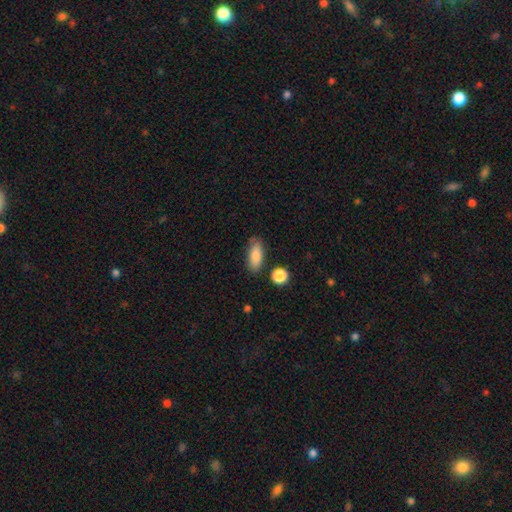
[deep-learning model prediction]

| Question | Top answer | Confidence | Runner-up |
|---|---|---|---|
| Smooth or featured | smooth | 84% | featured or disk (8%) |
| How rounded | in between | 79% | cigar-shaped (17%) |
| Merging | none | 76% | minor disturbance (16%) |